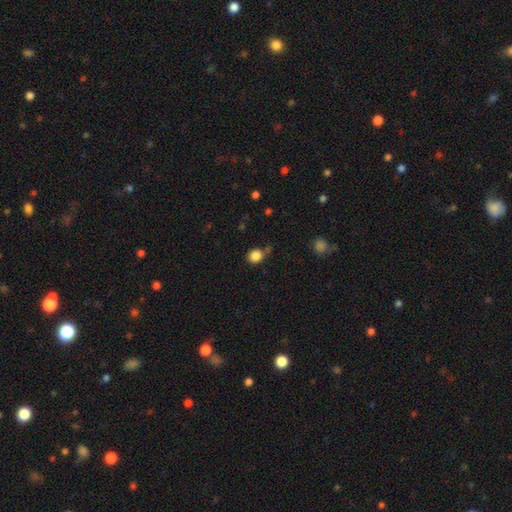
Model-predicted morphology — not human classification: Smooth or featured? smooth (86%)
How rounded? round (70%)
Merging? none (73%)